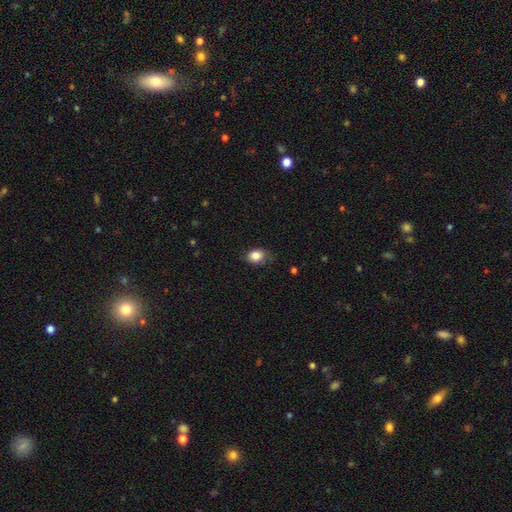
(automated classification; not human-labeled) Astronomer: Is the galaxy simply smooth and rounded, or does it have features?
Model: smooth — 85%.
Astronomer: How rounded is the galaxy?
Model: in between — 64%.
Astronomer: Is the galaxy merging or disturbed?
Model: none — 68%.